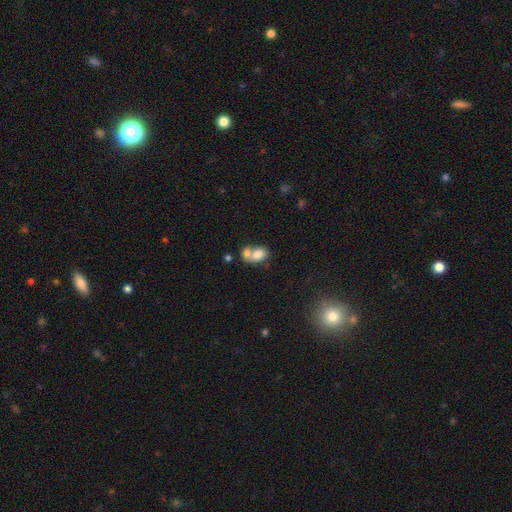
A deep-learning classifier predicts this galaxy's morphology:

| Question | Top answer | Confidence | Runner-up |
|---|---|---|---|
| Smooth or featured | smooth | 78% | featured or disk (13%) |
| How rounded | in between | 76% | round (22%) |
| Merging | merger | 60% | none (26%) |